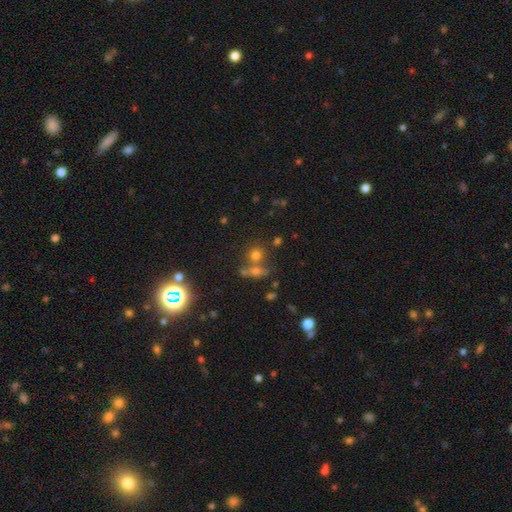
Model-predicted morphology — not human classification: smooth-or-featured: smooth: 56% | star or artifact: 28% | featured or disk: 15%
  how-rounded: round: 80% | in between: 15% | cigar-shaped: 5%
  merging: none: 60% | merger: 28% | minor disturbance: 8% | major disturbance: 4%